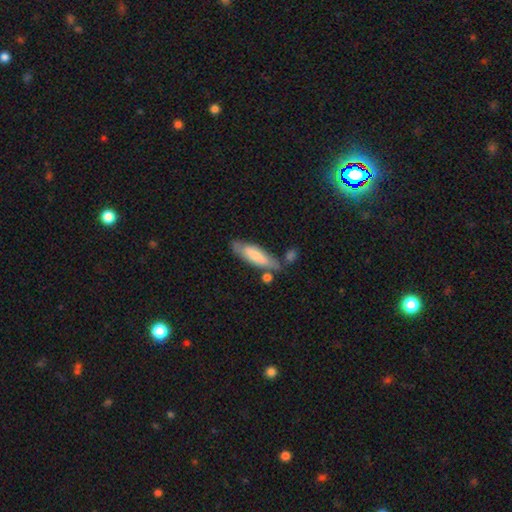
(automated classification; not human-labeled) The model was most divided on "how rounded": cigar-shaped: 50%, in between: 48%, round: 2%. More confident: smooth or featured — smooth (61%); merging — none (58%).